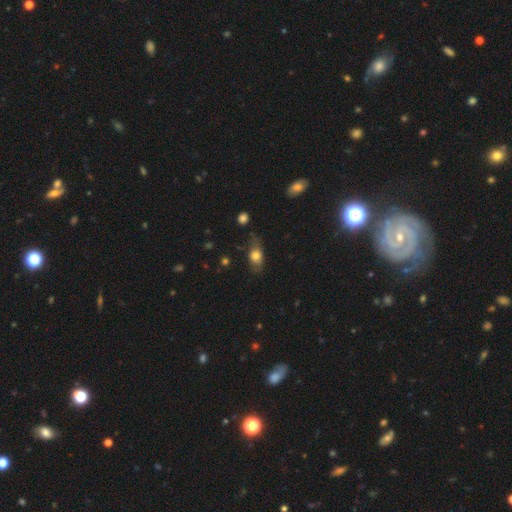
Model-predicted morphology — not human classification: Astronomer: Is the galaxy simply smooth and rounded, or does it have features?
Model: smooth — 72%.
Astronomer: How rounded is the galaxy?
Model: in between — 74%.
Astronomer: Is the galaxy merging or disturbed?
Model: none — 65%.